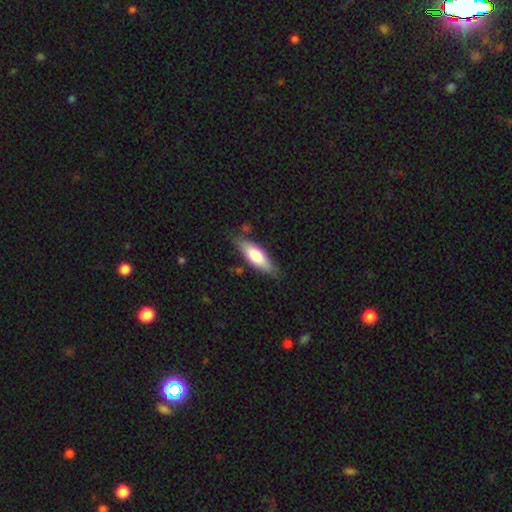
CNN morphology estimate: Smooth or featured? Predicted: smooth (p=0.66). How rounded? Predicted: in between (p=0.53). Merging? Predicted: none (p=0.77).